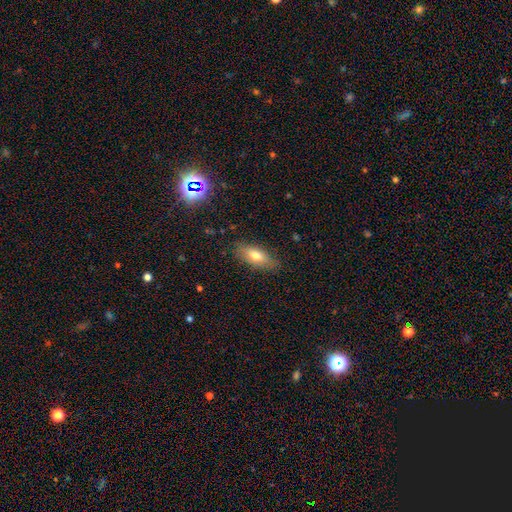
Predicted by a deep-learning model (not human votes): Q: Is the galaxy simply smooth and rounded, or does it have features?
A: smooth — 69%.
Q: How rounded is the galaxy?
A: in between — 74%.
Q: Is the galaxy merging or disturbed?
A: none — 83%.